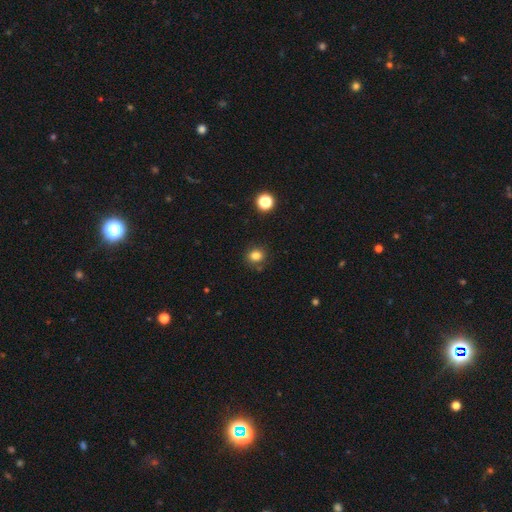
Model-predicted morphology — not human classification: Q: Smooth or featured?
A: smooth (81%); runner-up: star or artifact (13%)
Q: How rounded?
A: round (78%); runner-up: in between (21%)
Q: Merging?
A: none (84%); runner-up: minor disturbance (10%)